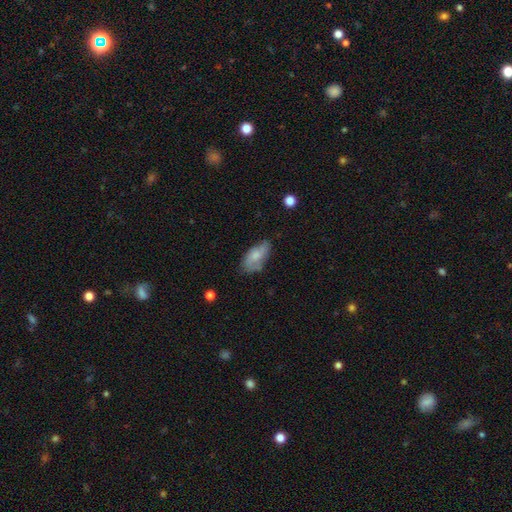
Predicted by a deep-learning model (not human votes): smooth-or-featured: smooth: 64% | featured or disk: 29% | star or artifact: 7%
  how-rounded: in between: 90% | cigar-shaped: 6% | round: 3%
  merging: none: 57% | minor disturbance: 30% | major disturbance: 10% | merger: 3%